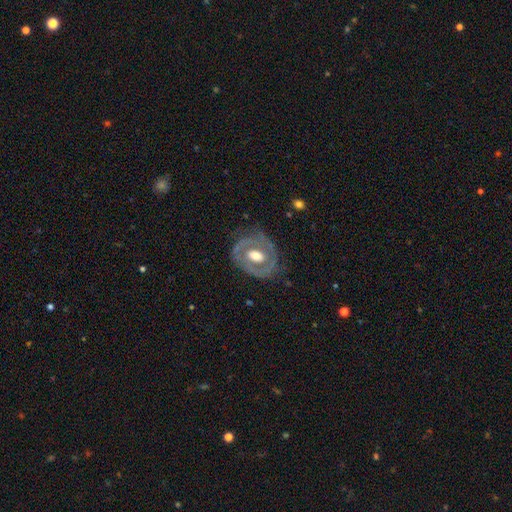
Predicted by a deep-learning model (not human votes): A featured or disk galaxy (71%) with no bar (60%), no spiral arms (54%) and a moderate central bulge (51%). Merging: none (69%).